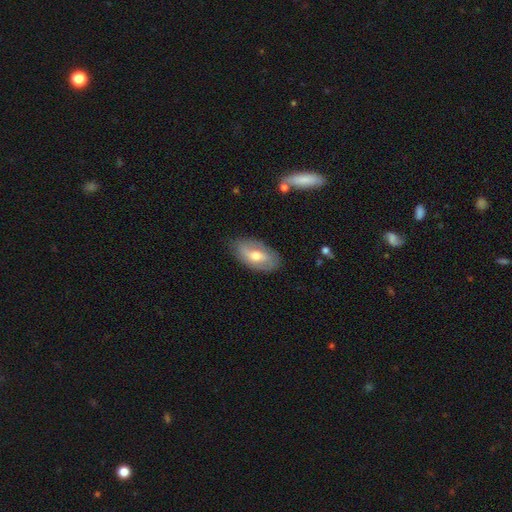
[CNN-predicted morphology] Smooth or featured? featured or disk (52%)
Edge-on disk? no (87%)
Merging? none (77%)